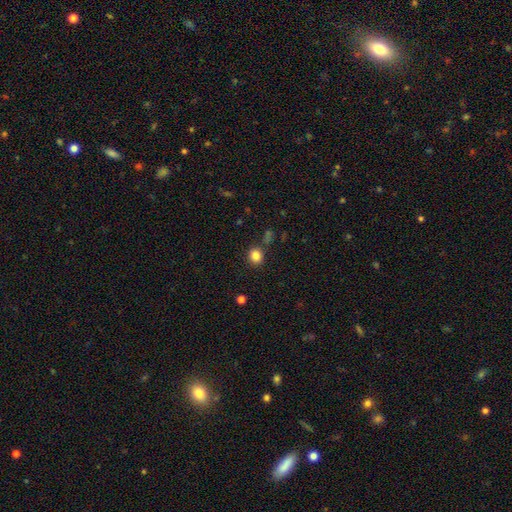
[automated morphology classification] A smooth galaxy with no disk features (84%) that is round (80%). Merging: none (83%).